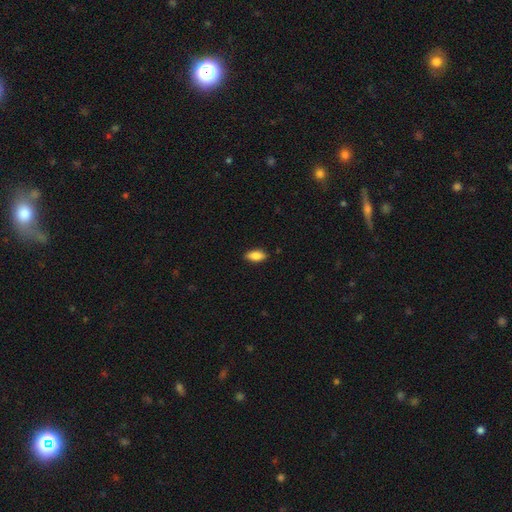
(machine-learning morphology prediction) A smooth galaxy with no disk features (84%) that is in between round and cigar-shaped (87%). Merging: none (88%).